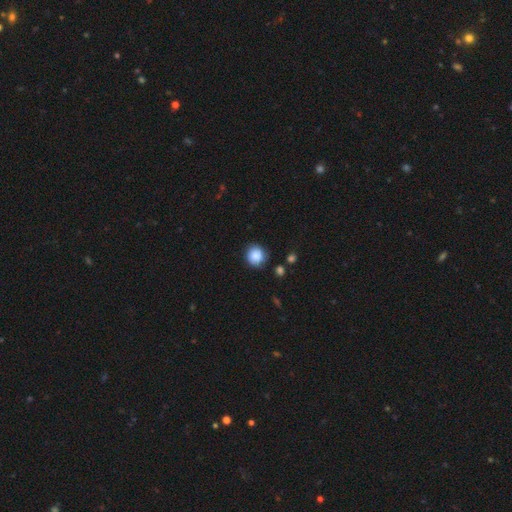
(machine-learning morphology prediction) smooth_or_featured: smooth (p=0.86) [alt: star or artifact p=0.08]
how_rounded: round (p=0.90) [alt: in between p=0.09]
merging: none (p=0.83) [alt: minor disturbance p=0.12]